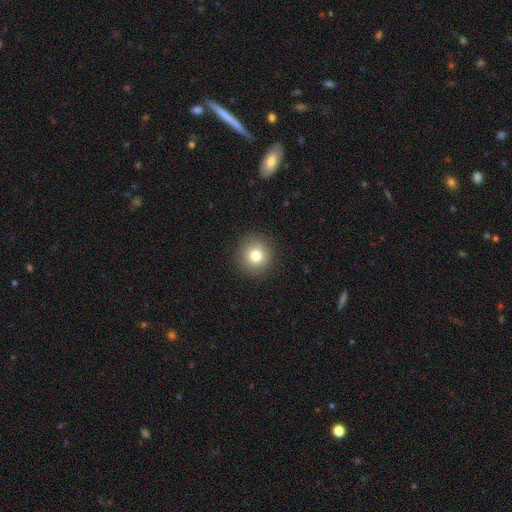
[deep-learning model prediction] Smooth or featured? Predicted: smooth (p=0.80). How rounded? Predicted: round (p=0.92). Merging? Predicted: none (p=0.91).